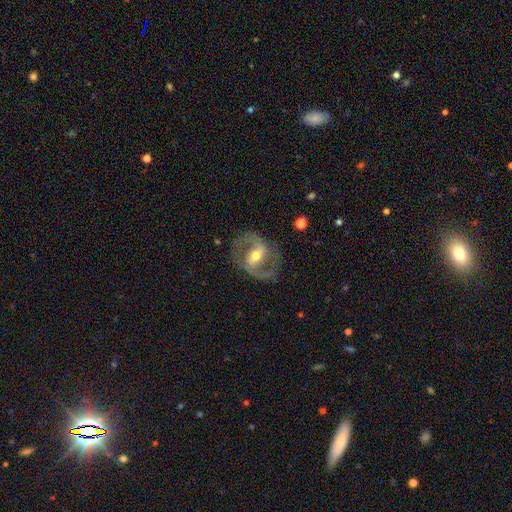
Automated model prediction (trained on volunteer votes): Smooth or featured?
  - featured or disk: 88% *
  - smooth: 8%
  - star or artifact: 5%
Edge-on disk?
  - no: 97% *
  - yes: 3%
Bar?
  - strong: 43% *
  - weak: 40%
  - no: 17%
Spiral arms?
  - yes: 91% *
  - no: 9%
Spiral winding?
  - medium: 59% *
  - loose: 22%
  - tight: 19%
Spiral arm count?
  - 2: 91% *
  - can't tell: 4%
  - 1: 2%
  - 3: 1%
  - 4: 1%
  - more than 4: 1%
Bulge size?
  - moderate: 69% *
  - small: 23%
  - large: 6%
  - none: 1%
  - dominant: 1%
Merging?
  - none: 79% *
  - minor disturbance: 12%
  - major disturbance: 7%
  - merger: 1%